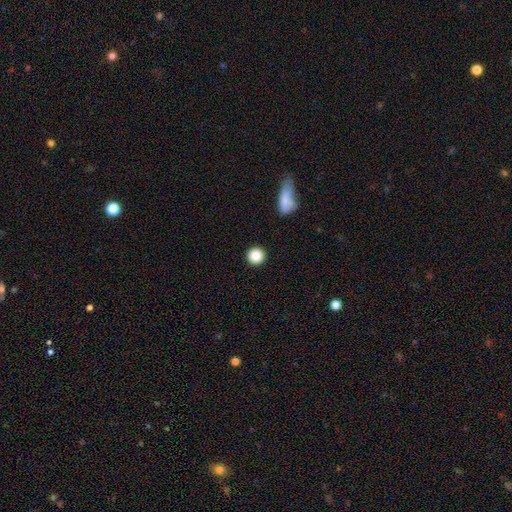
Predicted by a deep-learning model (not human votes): Overall: smooth (87%). How rounded: round (94%). Merging: none (92%).